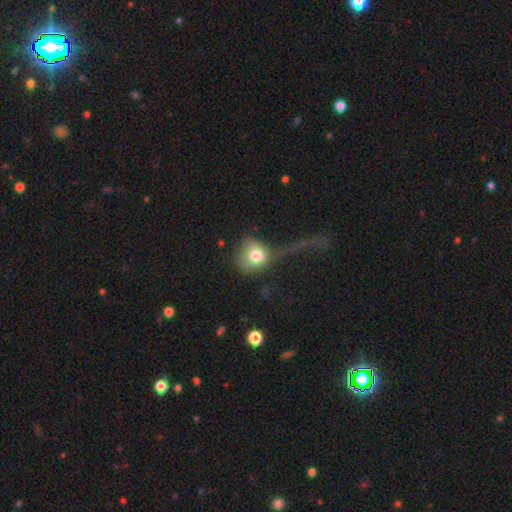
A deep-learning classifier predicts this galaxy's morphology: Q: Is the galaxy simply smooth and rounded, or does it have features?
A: smooth — 75%.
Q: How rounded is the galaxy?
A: round — 75%.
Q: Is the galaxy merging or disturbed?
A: major disturbance — 47%.